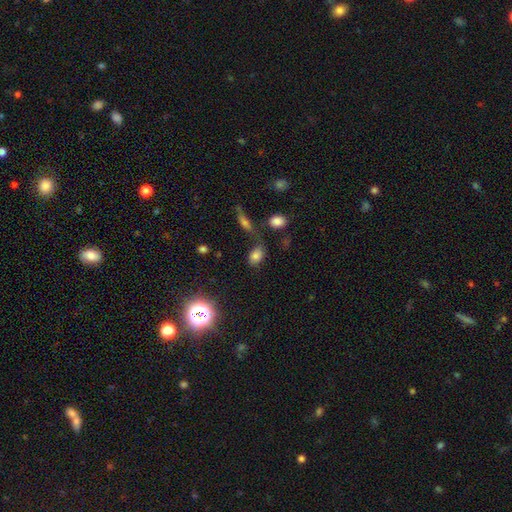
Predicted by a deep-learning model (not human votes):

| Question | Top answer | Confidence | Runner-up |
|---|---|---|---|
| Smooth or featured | smooth | 73% | star or artifact (16%) |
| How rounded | in between | 81% | round (17%) |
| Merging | none | 62% | minor disturbance (17%) |